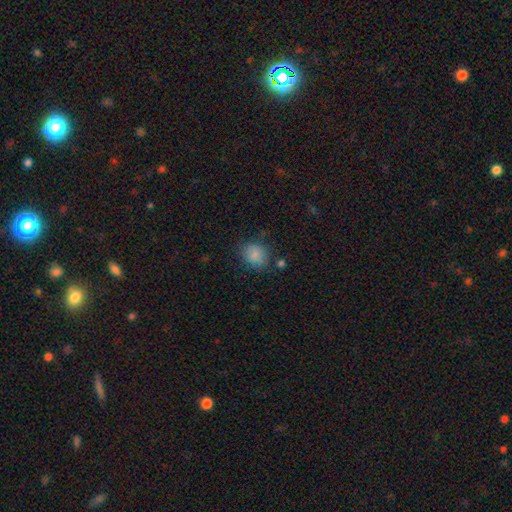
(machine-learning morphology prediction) smooth_or_featured: smooth (p=0.82) [alt: star or artifact p=0.11]
how_rounded: round (p=0.65) [alt: in between p=0.34]
merging: none (p=0.74) [alt: minor disturbance p=0.17]